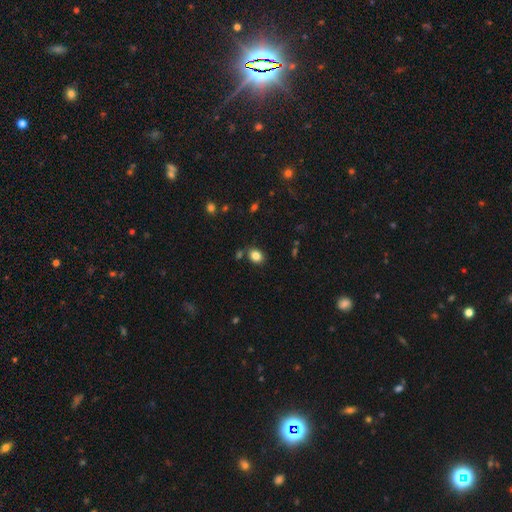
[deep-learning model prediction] This is clearly a smooth galaxy (84%). How rounded: possibly in between (55%). Merging: likely none (78%).